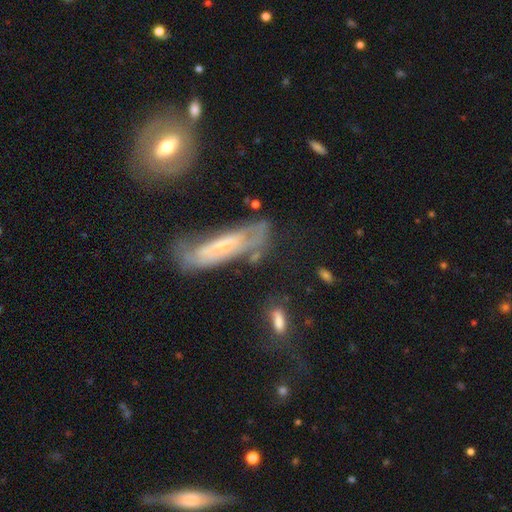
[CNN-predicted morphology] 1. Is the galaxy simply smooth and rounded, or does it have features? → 51% featured or disk, 39% smooth, 10% star or artifact.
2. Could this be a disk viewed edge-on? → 66% no, 34% yes.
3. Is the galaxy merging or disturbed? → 42% none, 24% minor disturbance, 21% major disturbance, 13% merger.